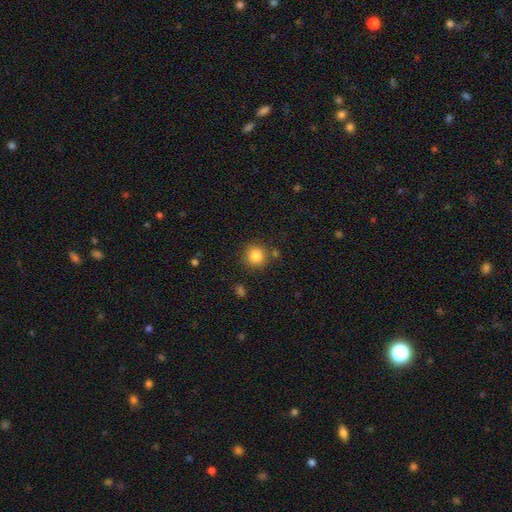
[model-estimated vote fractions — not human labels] Smooth or featured? Predicted: smooth (p=0.85). How rounded? Predicted: round (p=0.92). Merging? Predicted: none (p=0.83).